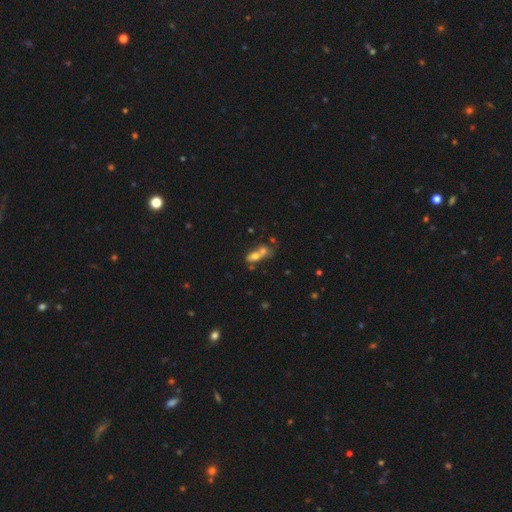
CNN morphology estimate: The model was most divided on "smooth or featured": smooth: 62%, featured or disk: 24%, star or artifact: 14%. More confident: how rounded — in between (66%); merging — merger (64%).